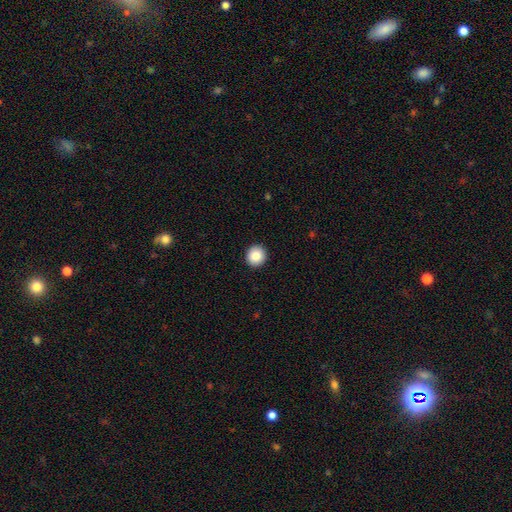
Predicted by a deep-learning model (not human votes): Smooth or featured? Predicted: smooth (p=0.86). How rounded? Predicted: round (p=0.93). Merging? Predicted: none (p=0.93).